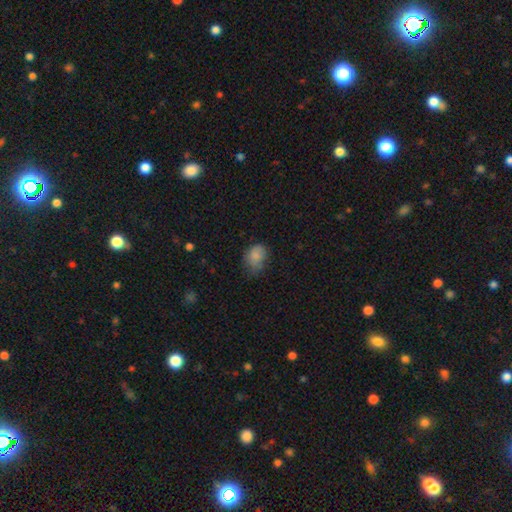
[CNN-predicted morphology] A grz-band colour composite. It shows a smooth galaxy with no disk features (82%) that is in between round and cigar-shaped (61%). Merging: none (53%).